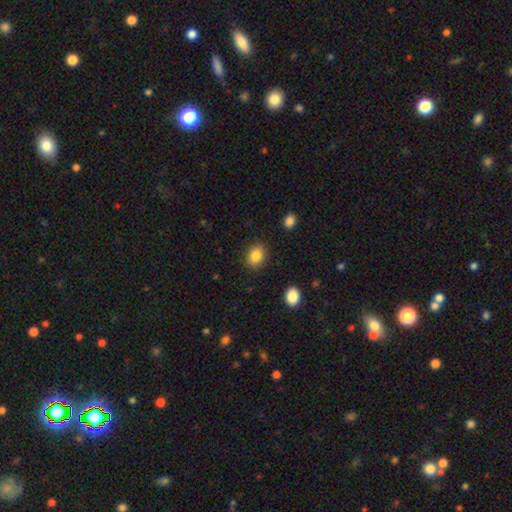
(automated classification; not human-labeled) Morphology: type=smooth (85%); roundness=round (51%); merging=none (87%).